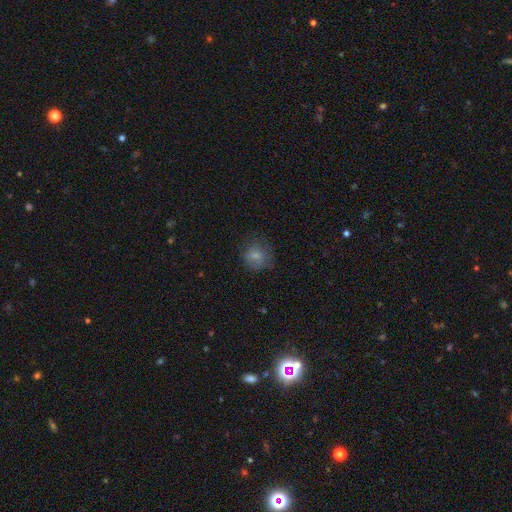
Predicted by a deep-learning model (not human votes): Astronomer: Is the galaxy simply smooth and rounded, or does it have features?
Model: smooth — 74%.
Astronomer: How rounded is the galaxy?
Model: round — 79%.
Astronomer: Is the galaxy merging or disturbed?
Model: none — 68%.